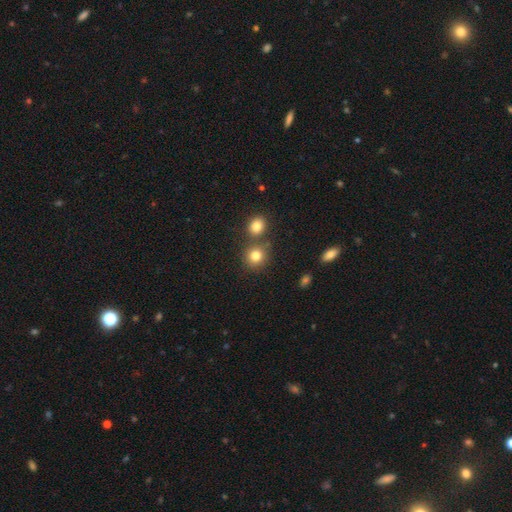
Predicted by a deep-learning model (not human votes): Smooth or featured: smooth — 81% (star or artifact — 12%)
How rounded: round — 87% (in between — 12%)
Merging: none — 69% (merger — 19%)